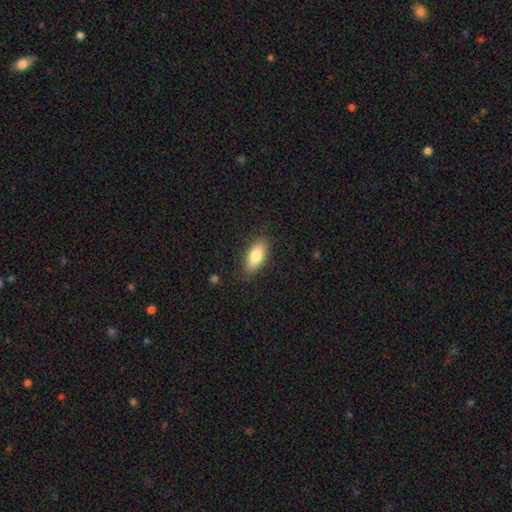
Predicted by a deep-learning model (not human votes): Q: Smooth or featured?
A: smooth (81%); runner-up: featured or disk (12%)
Q: How rounded?
A: in between (84%); runner-up: cigar-shaped (14%)
Q: Merging?
A: none (84%); runner-up: minor disturbance (12%)